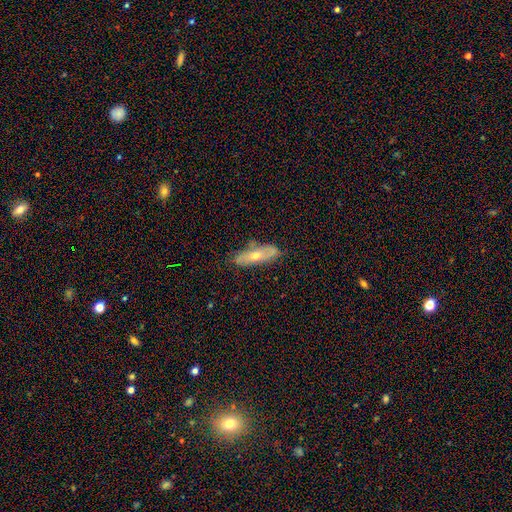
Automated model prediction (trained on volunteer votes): smooth 47% (tied), featured or disk 47% (tied), star or artifact 7%. Down the decision tree: merging — none (73%).